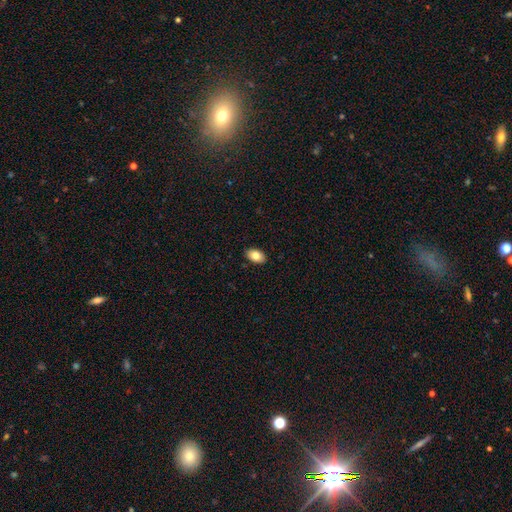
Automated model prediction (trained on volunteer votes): Smooth or featured? Predicted: smooth (p=0.82). How rounded? Predicted: in between (p=0.92). Merging? Predicted: none (p=0.90).